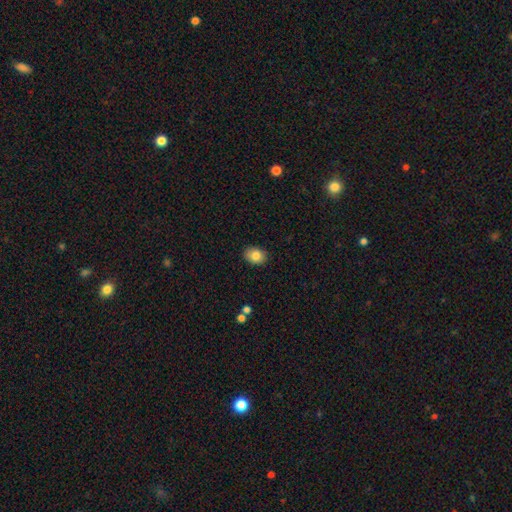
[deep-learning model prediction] smooth_or_featured: smooth (p=0.83) [alt: star or artifact p=0.09]
how_rounded: in between (p=0.64) [alt: round p=0.35]
merging: none (p=0.88) [alt: minor disturbance p=0.09]